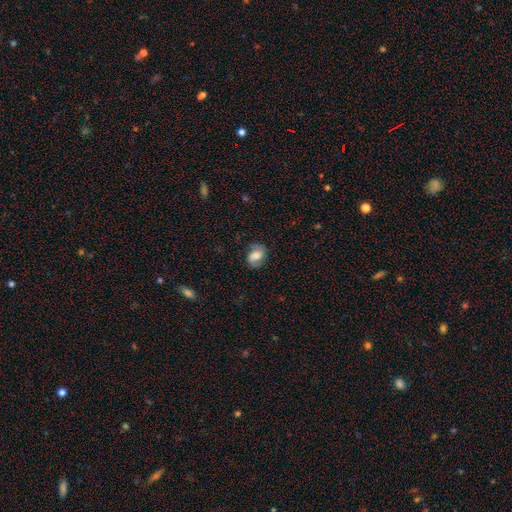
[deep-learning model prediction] Overall: smooth (62%; featured or disk 30%). How rounded: in between (75%). Merging: none (69%).